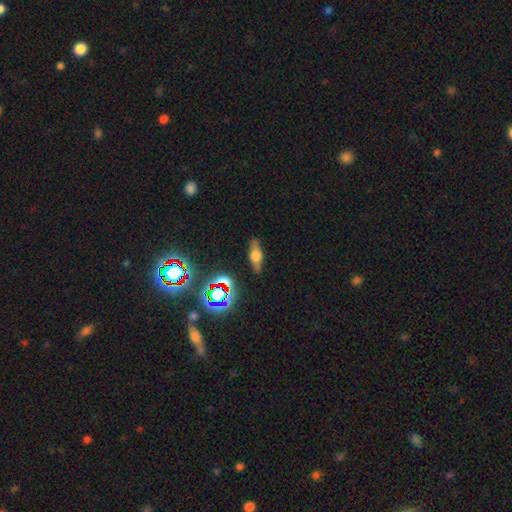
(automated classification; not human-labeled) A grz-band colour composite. It shows a smooth galaxy with no disk features (46%). Merging: none (84%).